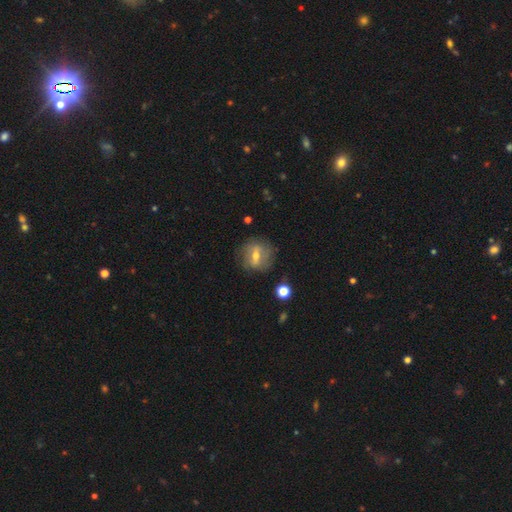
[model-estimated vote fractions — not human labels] Smooth or featured? featured or disk (57%)
Edge-on disk? no (83%)
Merging? none (74%)